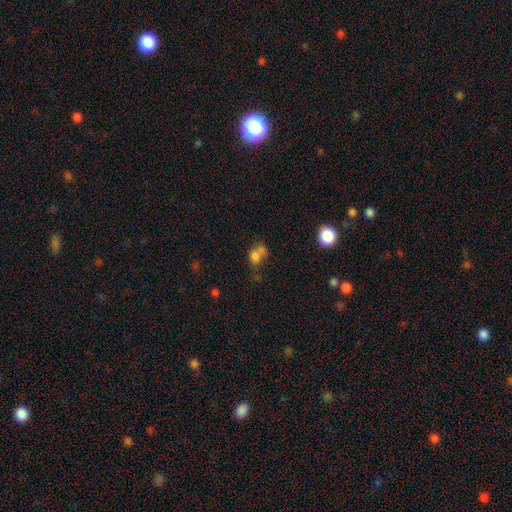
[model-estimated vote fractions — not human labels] smooth 72%, featured or disk 15%, star or artifact 14%. Down the decision tree: how rounded — round (50%); merging — merger (52%).